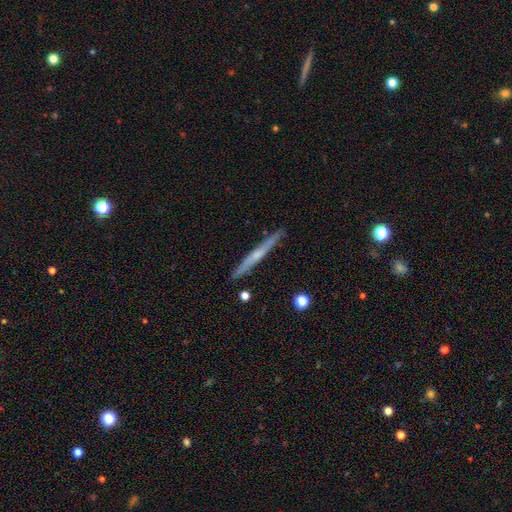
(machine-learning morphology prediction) A featured or disk galaxy (60%) viewed edge-on (97%) with a rounded central bulge (48%).

Vote fractions:
- Smooth or featured? featured or disk: 60% / smooth: 34% / star or artifact: 6%
- Edge-on disk? yes: 97% / no: 3%
- Edge-on bulge? rounded: 48% / none: 46% / boxy: 6%
- Merging? none: 90% / minor disturbance: 7% / merger: 1% / major disturbance: 1%